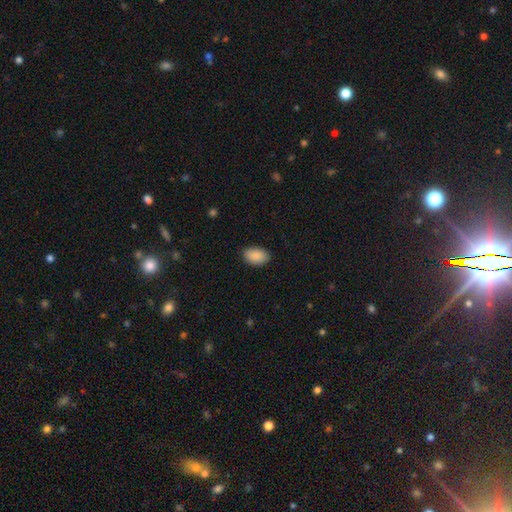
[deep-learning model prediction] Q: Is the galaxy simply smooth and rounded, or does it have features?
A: smooth — 90%.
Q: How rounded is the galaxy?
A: in between — 91%.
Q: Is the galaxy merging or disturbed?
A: none — 87%.